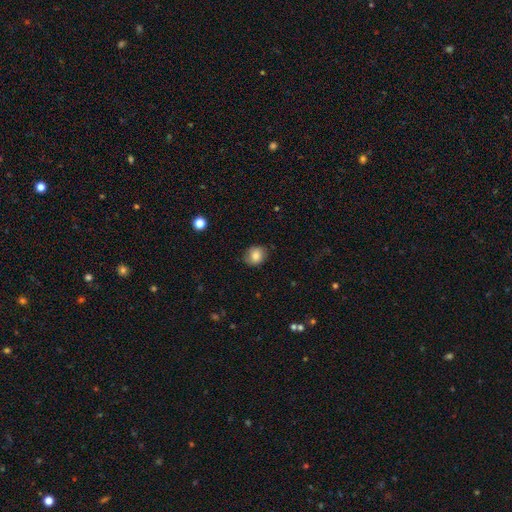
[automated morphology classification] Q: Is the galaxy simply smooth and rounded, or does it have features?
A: smooth — 79%.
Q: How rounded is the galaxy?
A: round — 68%.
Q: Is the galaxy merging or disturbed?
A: none — 76%.